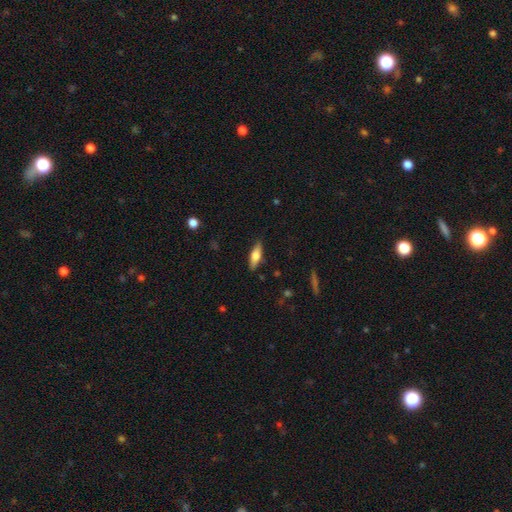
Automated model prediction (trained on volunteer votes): Smooth or featured? Predicted: smooth (p=0.62). How rounded? Predicted: in between (p=0.54). Merging? Predicted: none (p=0.86).